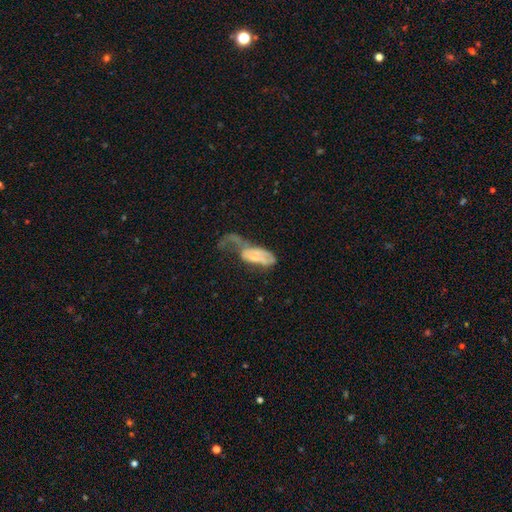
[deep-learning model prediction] A featured or disk galaxy (49%). Merging: major disturbance (62%).